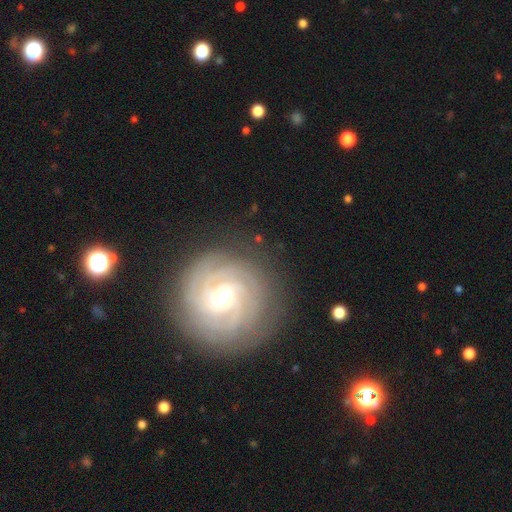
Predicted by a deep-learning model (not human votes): Smooth or featured? Predicted: featured or disk (p=0.65). Edge-on disk? Predicted: no (p=0.95). Bar? Predicted: weak (p=0.50). Spiral arms? Predicted: yes (p=0.84). Spiral winding? Predicted: tight (p=0.75). Spiral arm count? Predicted: can't tell (p=0.46). Bulge size? Predicted: moderate (p=0.50). Merging? Predicted: none (p=0.84).